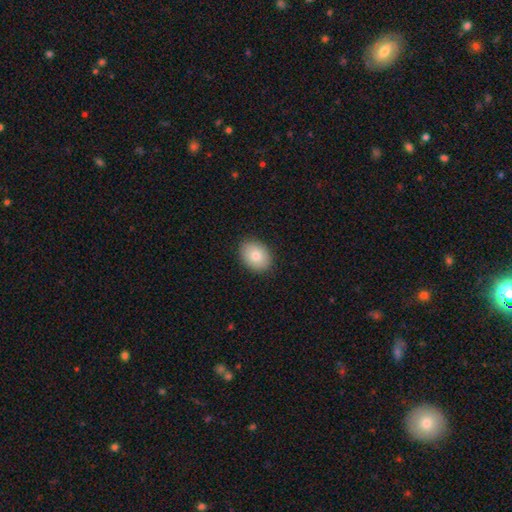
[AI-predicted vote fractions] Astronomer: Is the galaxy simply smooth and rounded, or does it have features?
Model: smooth — 82%.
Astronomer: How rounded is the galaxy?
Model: in between — 66%.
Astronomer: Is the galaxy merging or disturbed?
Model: none — 89%.